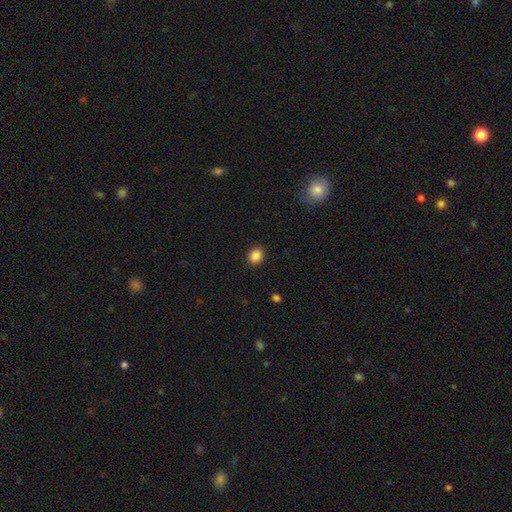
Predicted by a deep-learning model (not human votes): This appears to be a smooth galaxy with no disk features (87%) that is round (65%). Merging: none (90%).